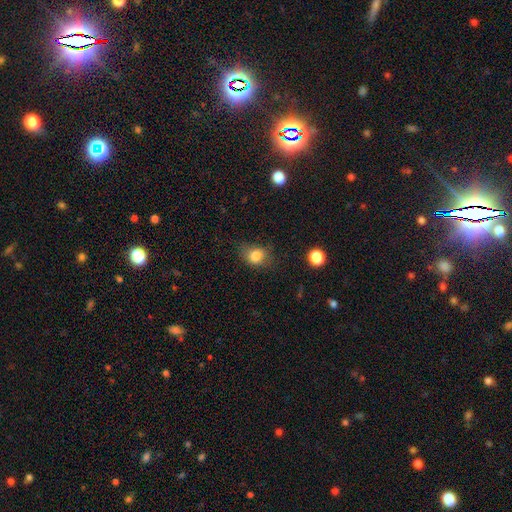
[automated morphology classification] This is clearly a smooth galaxy (80%). How rounded: possibly round (55%). Merging: likely none (66%).